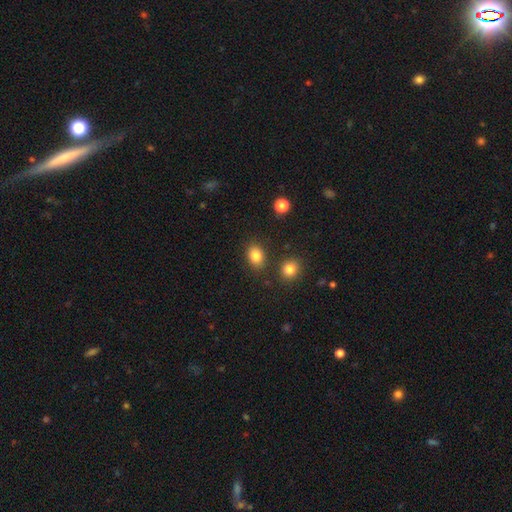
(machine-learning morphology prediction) A smooth galaxy with no disk features (85%) that is in between round and cigar-shaped (68%). Merging: none (83%).